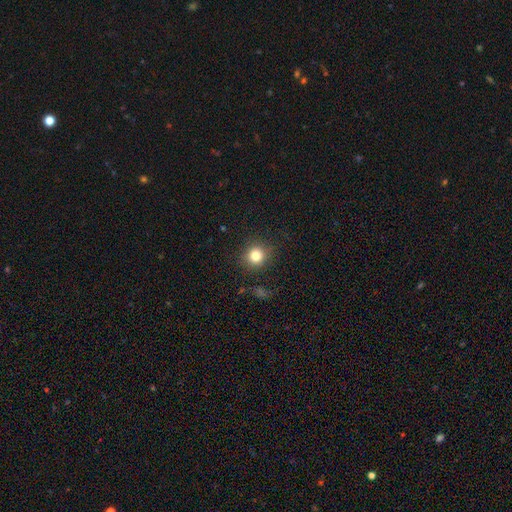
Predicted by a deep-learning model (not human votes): smooth 81%, star or artifact 12%, featured or disk 6%. Down the decision tree: how rounded — round (89%); merging — none (87%).